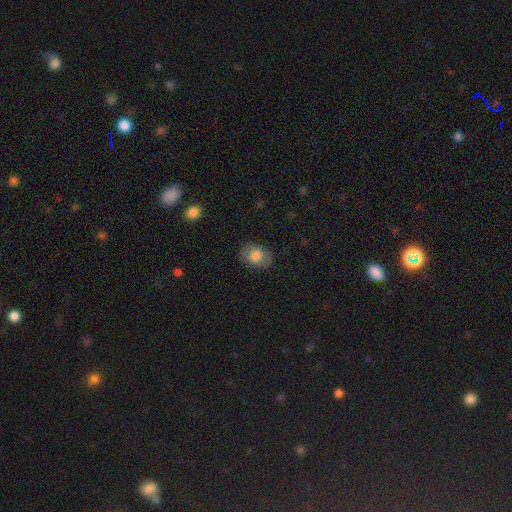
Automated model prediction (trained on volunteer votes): smooth-or-featured: smooth: 73% | featured or disk: 19% | star or artifact: 8%
  how-rounded: in between: 72% | round: 27% | cigar-shaped: 1%
  merging: none: 81% | minor disturbance: 14% | major disturbance: 4% | merger: 1%